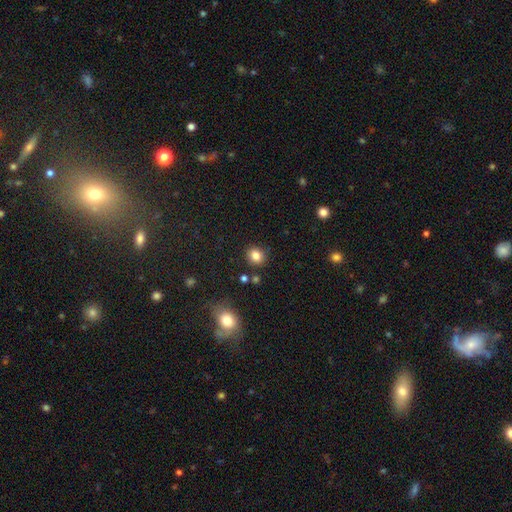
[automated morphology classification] smooth-or-featured: smooth: 83% | star or artifact: 11% | featured or disk: 6%
  how-rounded: round: 76% | in between: 23% | cigar-shaped: 1%
  merging: none: 86% | minor disturbance: 8% | merger: 3% | major disturbance: 2%